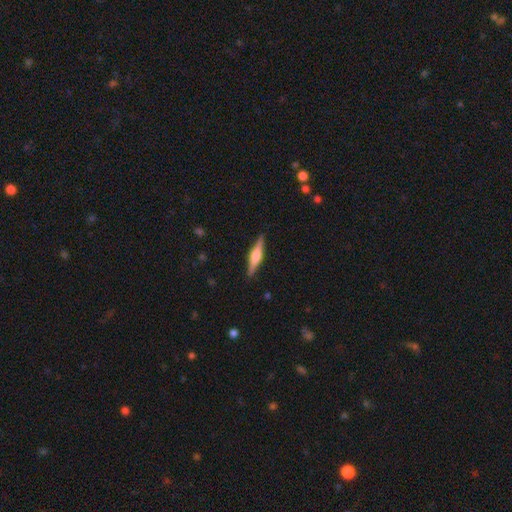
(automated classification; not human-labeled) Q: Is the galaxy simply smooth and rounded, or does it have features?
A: featured or disk — 63%.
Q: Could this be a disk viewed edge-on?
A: yes — 97%.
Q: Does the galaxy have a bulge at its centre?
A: rounded — 79%.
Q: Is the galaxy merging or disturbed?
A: none — 90%.